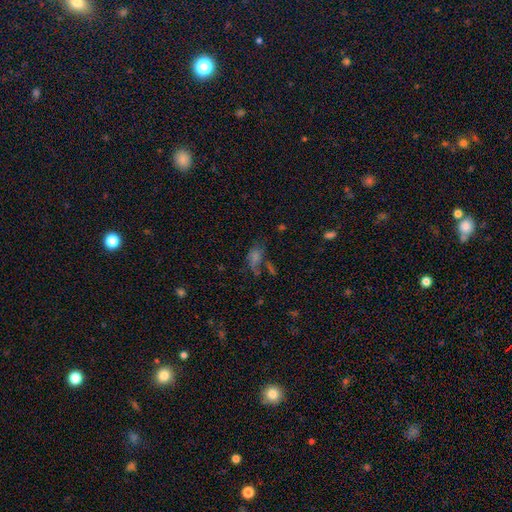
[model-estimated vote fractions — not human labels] Q: Smooth or featured?
A: smooth (45%); runner-up: star or artifact (35%)
Q: Merging?
A: none (39%); runner-up: major disturbance (24%)